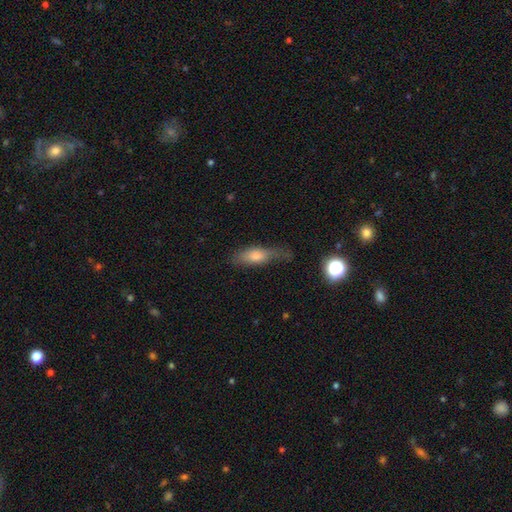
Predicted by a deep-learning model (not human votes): This is likely a smooth galaxy (62%). How rounded: possibly in between (53%). Merging: possibly none (55%).